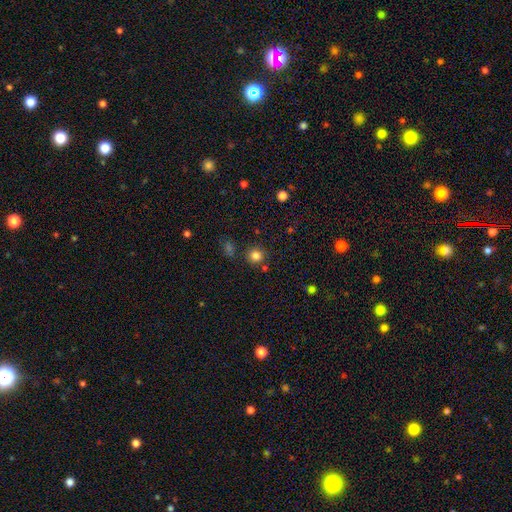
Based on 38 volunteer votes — smooth_or_featured: smooth (p=0.84) [alt: star or artifact p=0.11]
how_rounded: round (p=0.94) [alt: in between p=0.06]
merging: none (p=0.79) [alt: minor disturbance p=0.15]